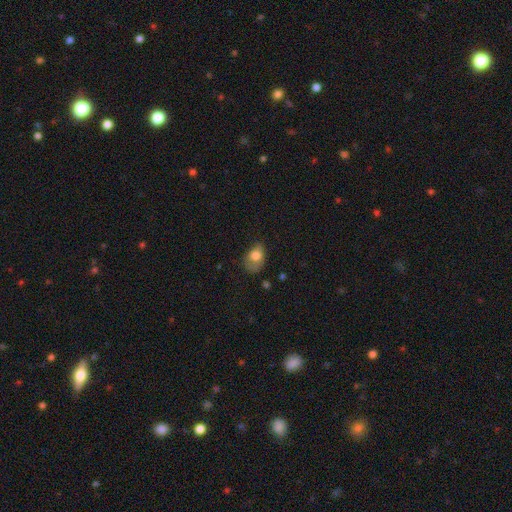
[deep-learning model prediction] Smooth or featured? Predicted: smooth (p=0.74). How rounded? Predicted: in between (p=0.72). Merging? Predicted: none (p=0.38).